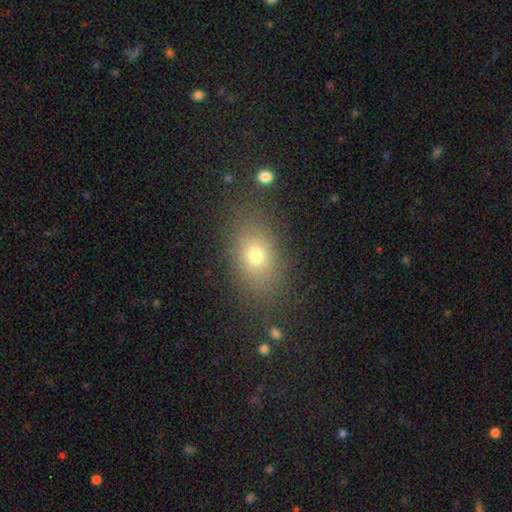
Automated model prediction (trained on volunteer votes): The model was most divided on "how rounded": in between: 74%, round: 23%, cigar-shaped: 3%. More confident: merging — none (82%); smooth or featured — smooth (72%).